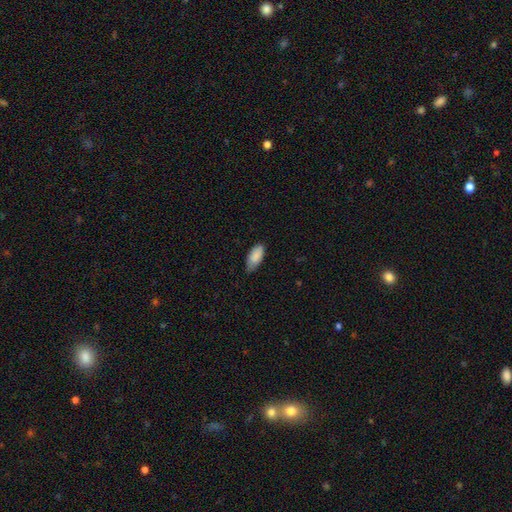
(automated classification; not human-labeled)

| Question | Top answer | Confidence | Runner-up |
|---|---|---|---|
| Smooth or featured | smooth | 88% | star or artifact (6%) |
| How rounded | in between | 90% | cigar-shaped (8%) |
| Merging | none | 67% | minor disturbance (28%) |